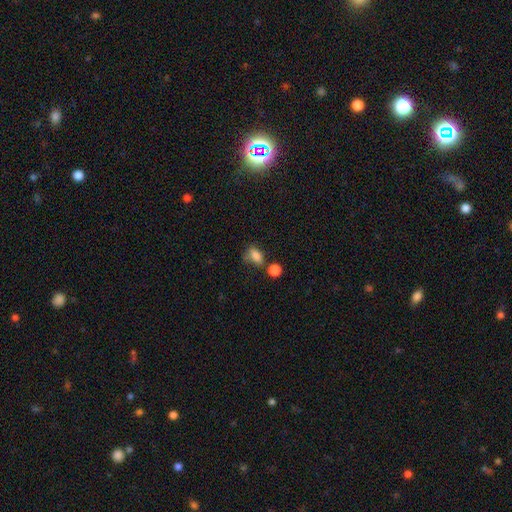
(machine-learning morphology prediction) This appears to be a smooth galaxy with no disk features (81%) that is in between round and cigar-shaped (81%). Merging: none (43%).